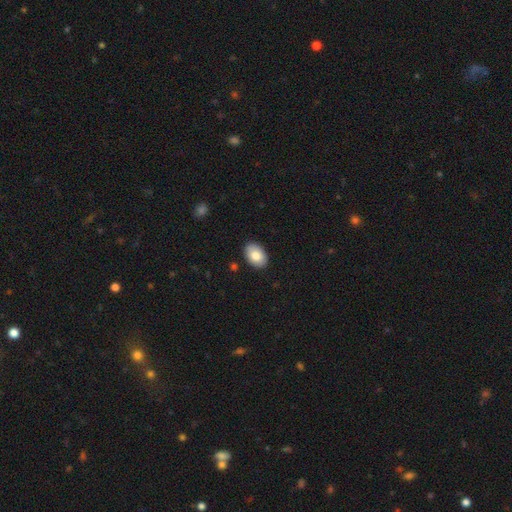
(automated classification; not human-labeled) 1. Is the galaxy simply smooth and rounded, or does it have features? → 81% smooth, 12% featured or disk, 6% star or artifact.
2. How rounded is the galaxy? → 89% in between, 10% round, 1% cigar-shaped.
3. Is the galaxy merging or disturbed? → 89% none, 8% minor disturbance, 2% major disturbance, 1% merger.